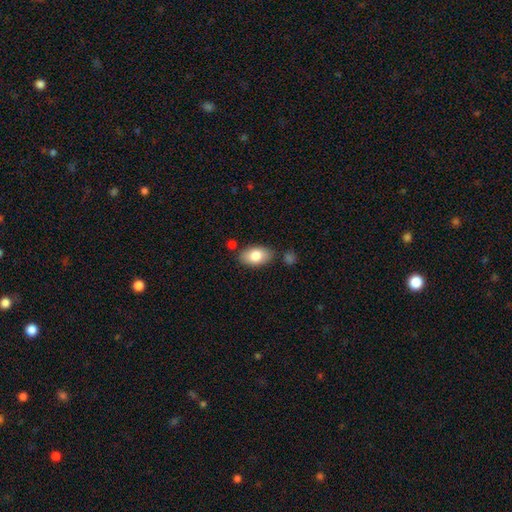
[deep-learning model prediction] Morphology: type=smooth (81%); roundness=in between (93%); merging=none (80%).